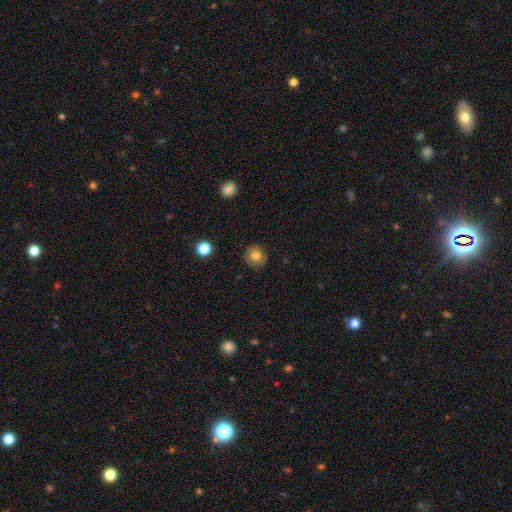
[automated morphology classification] Smooth or featured? smooth (76%)
How rounded? round (92%)
Merging? none (88%)